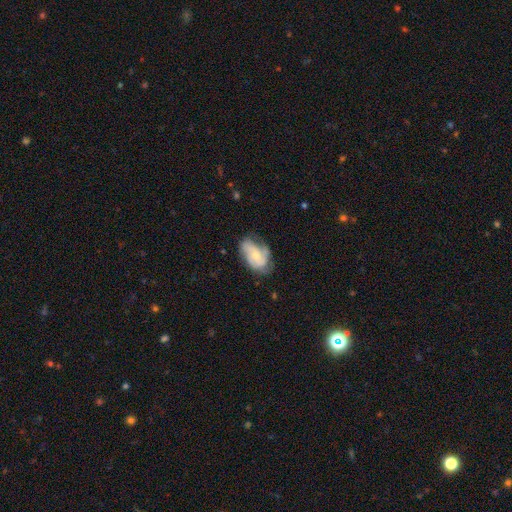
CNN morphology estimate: This appears to be a featured or disk galaxy (64%) with no bar (71%), 3 (33%) medium (43%) spiral arms (87%) and a small central bulge (59%). Merging: none (55%).